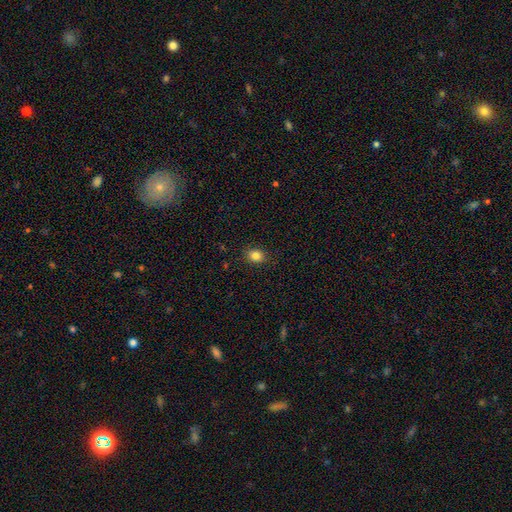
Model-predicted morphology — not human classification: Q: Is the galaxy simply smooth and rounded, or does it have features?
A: smooth — 83%.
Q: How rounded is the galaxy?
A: round — 56%.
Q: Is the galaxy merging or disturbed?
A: none — 87%.